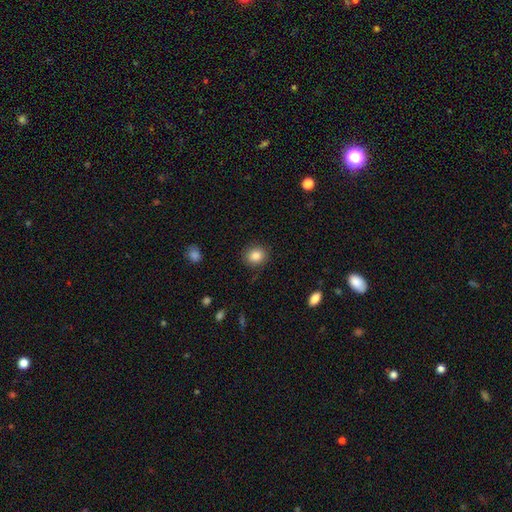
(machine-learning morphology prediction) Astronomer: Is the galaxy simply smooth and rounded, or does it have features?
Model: smooth — 85%.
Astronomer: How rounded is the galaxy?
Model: round — 74%.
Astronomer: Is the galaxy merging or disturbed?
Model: none — 88%.